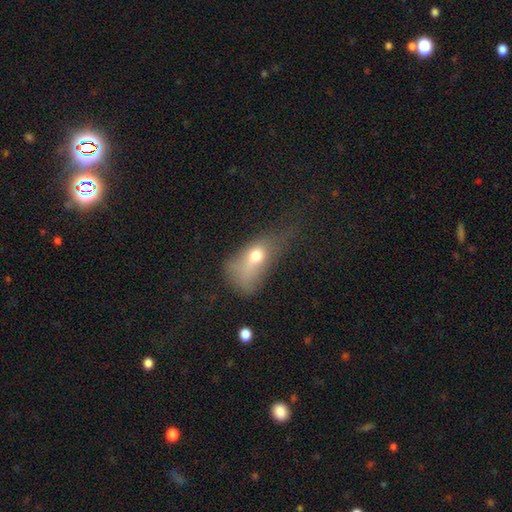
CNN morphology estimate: The model was most divided on "merging": major disturbance: 48%, minor disturbance: 26%, none: 20%, merger: 6%. More confident: how rounded — in between (77%); smooth or featured — smooth (66%).